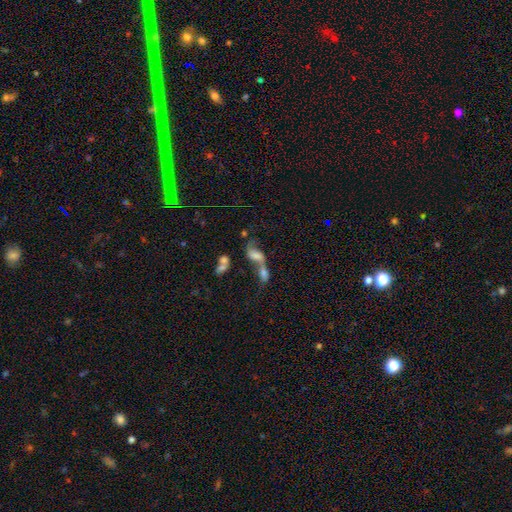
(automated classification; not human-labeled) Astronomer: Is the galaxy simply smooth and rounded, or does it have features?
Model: featured or disk — 43% (runner-up: smooth, 41%).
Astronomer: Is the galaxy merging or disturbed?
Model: merger — 69%.